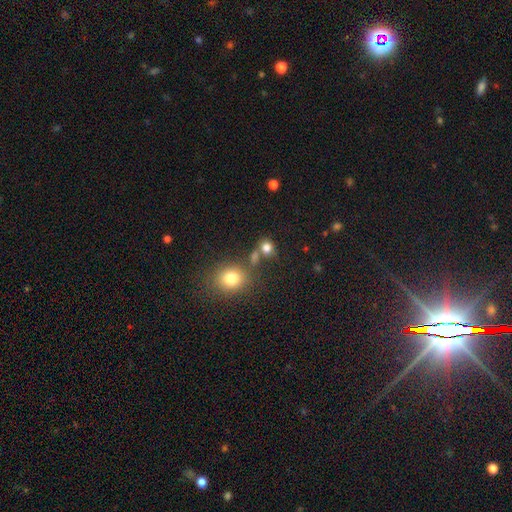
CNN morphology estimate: This is likely a smooth galaxy (73%). How rounded: likely round (69%). Merging: likely none (66%).